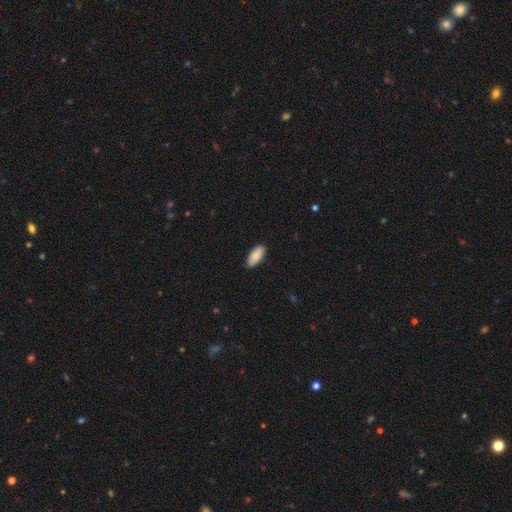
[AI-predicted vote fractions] smooth 89%, star or artifact 6%, featured or disk 5%. Down the decision tree: how rounded — in between (87%); merging — none (88%).